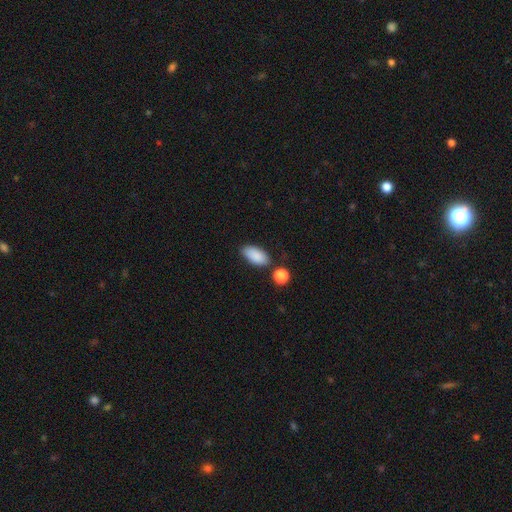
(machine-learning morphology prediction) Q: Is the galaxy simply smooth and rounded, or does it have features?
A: smooth — 89%.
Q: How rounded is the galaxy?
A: in between — 92%.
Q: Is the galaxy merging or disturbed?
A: none — 76%.